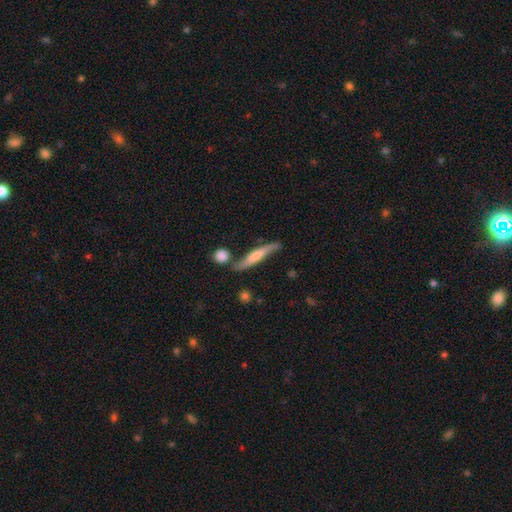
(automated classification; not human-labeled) Overall: featured or disk (63%; smooth 30%). Edge-on disk: yes (83%). Edge-on bulge: rounded (56%; none 25%). Merging: none (69%).